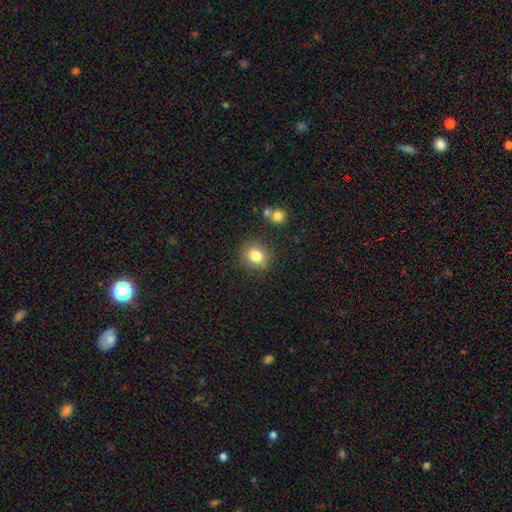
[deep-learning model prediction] Smooth or featured? Predicted: smooth (p=0.82). How rounded? Predicted: round (p=0.70). Merging? Predicted: none (p=0.78).